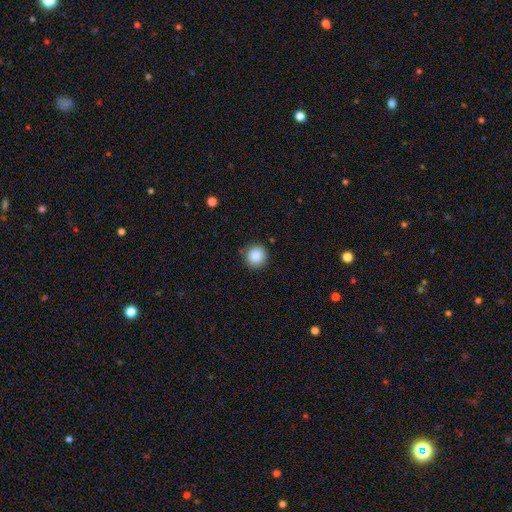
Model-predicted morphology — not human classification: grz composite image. It shows a smooth galaxy with no disk features (87%) that is round (92%). Merging: none (88%).